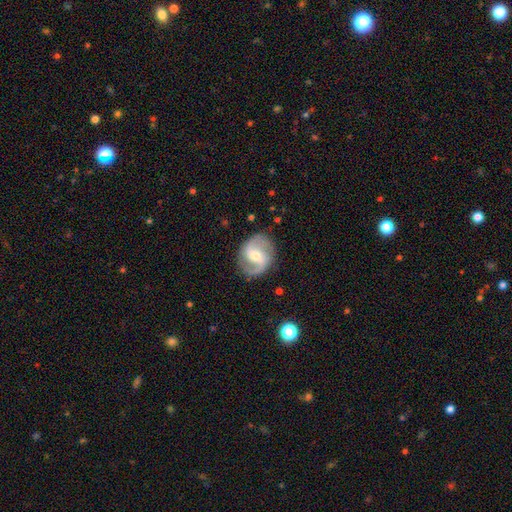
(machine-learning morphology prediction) smooth-or-featured: featured or disk: 84% | smooth: 11% | star or artifact: 5%
  disk-edge-on: no: 98% | yes: 2%
    bar: weak: 48% | no: 27% | strong: 25%
    has-spiral-arms: yes: 95% | no: 5%
      spiral-winding: medium: 49% | loose: 37% | tight: 15%
      spiral-arm-count: 2: 91% | can't tell: 3% | 1: 3% | 3: 1% | 4: 1% | more than 4: 1%
    bulge-size: moderate: 49% | small: 45% | large: 3% | none: 2% | dominant: 1%
  merging: none: 83% | minor disturbance: 11% | major disturbance: 4% | merger: 1%